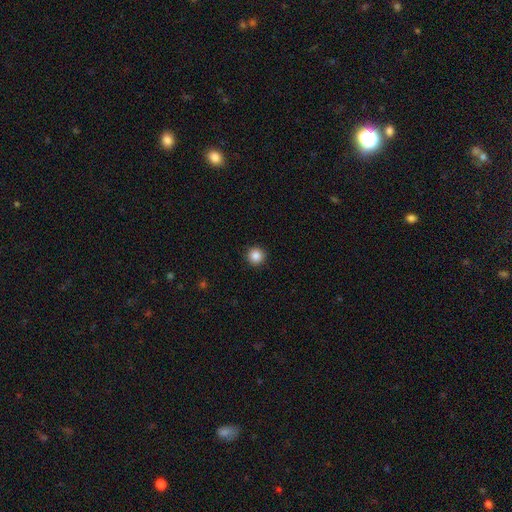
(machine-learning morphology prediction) A smooth galaxy with no disk features (86%) that is round (96%).

Vote fractions:
- Smooth or featured? smooth: 86% / star or artifact: 10% / featured or disk: 4%
- How rounded? round: 96% / in between: 3% / cigar-shaped: 1%
- Merging? none: 93% / minor disturbance: 4% / major disturbance: 2% / merger: 1%